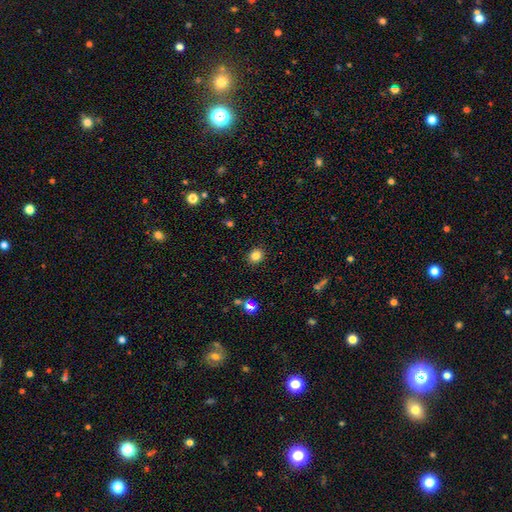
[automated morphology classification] Smooth or featured: smooth — 82% (star or artifact — 13%)
How rounded: round — 75% (in between — 25%)
Merging: none — 90% (minor disturbance — 7%)